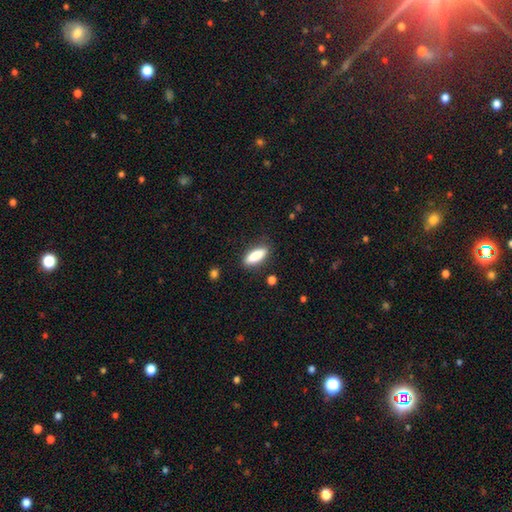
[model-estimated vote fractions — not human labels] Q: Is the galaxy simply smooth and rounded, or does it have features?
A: smooth — 84%.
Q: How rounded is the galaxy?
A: in between — 57%.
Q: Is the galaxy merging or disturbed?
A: none — 84%.